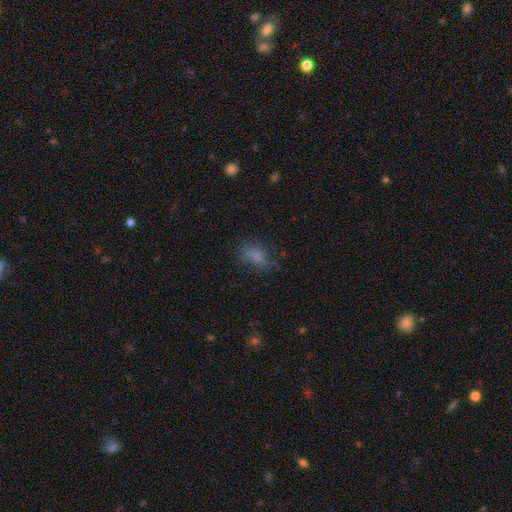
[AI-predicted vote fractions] This appears to be a smooth galaxy with no disk features (72%) that is in between round and cigar-shaped (82%). Merging: none (54%).